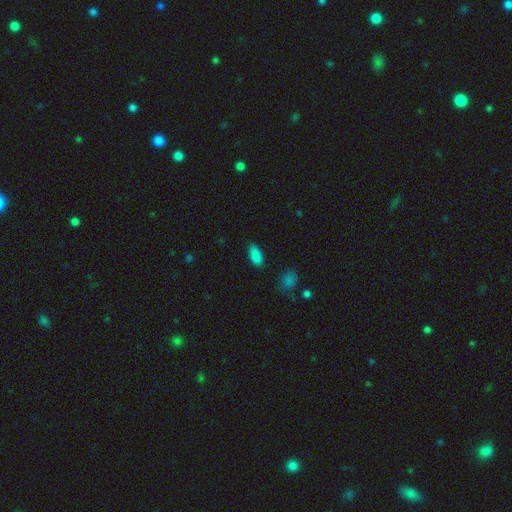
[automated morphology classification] This is clearly a smooth galaxy (86%). How rounded: clearly in between (91%). Merging: clearly none (83%).